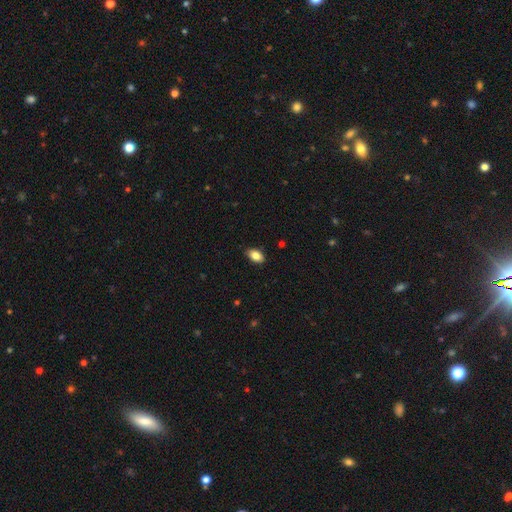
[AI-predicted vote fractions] This is clearly a smooth galaxy (85%). How rounded: clearly in between (89%). Merging: clearly none (84%).